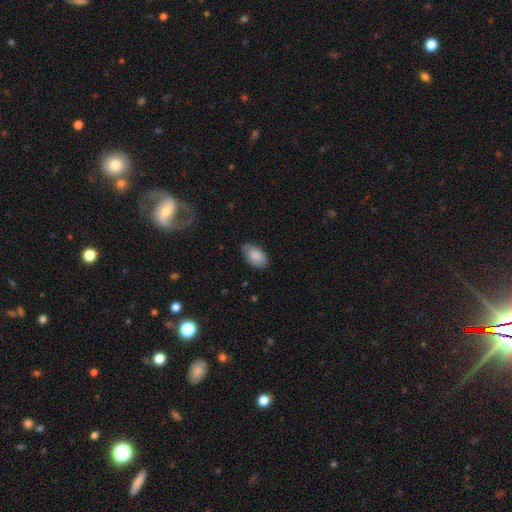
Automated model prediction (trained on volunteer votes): This is clearly a smooth galaxy (86%). How rounded: clearly in between (94%). Merging: likely none (74%).